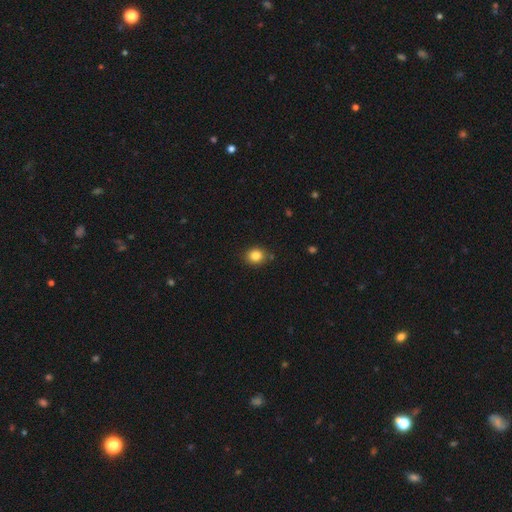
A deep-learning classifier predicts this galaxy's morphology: A smooth galaxy with no disk features (84%) that is round (70%).

Vote fractions:
- Smooth or featured? smooth: 84% / star or artifact: 11% / featured or disk: 5%
- How rounded? round: 70% / in between: 29% / cigar-shaped: 1%
- Merging? none: 85% / minor disturbance: 10% / merger: 2% / major disturbance: 2%